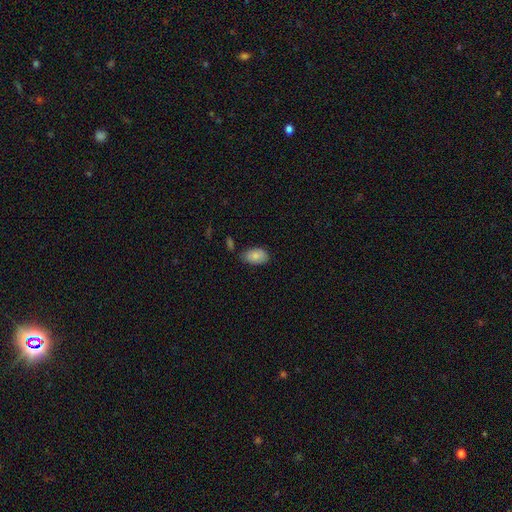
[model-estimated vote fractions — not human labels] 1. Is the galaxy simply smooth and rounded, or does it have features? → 84% smooth, 9% featured or disk, 7% star or artifact.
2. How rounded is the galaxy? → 93% in between, 6% round, 1% cigar-shaped.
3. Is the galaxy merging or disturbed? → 66% none, 25% minor disturbance, 5% merger, 5% major disturbance.